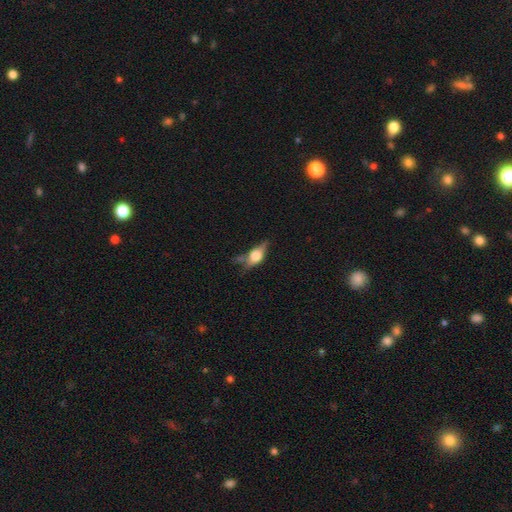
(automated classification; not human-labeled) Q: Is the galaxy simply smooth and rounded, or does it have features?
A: featured or disk — 51%.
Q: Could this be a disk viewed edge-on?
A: yes — 84%.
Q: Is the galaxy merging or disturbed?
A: none — 51%.